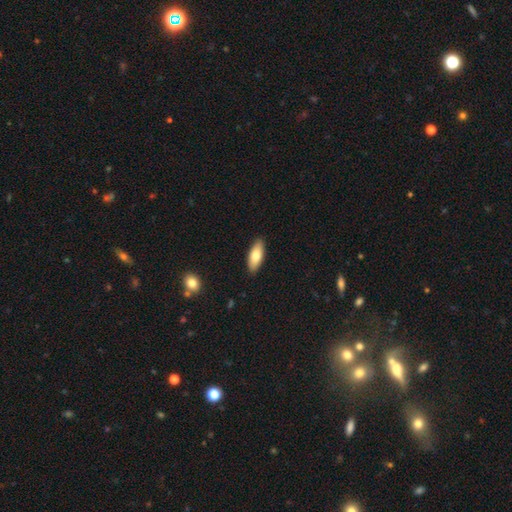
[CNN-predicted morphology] Smooth or featured: smooth — 78% (featured or disk — 17%)
How rounded: in between — 75% (cigar-shaped — 23%)
Merging: none — 89% (minor disturbance — 8%)